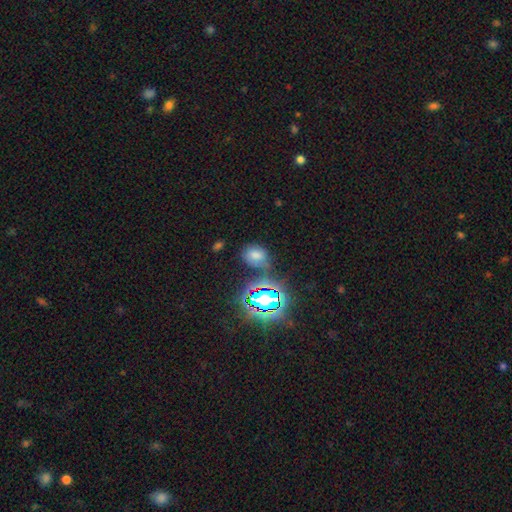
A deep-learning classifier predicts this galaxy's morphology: smooth 54%, star or artifact 36%, featured or disk 11%. Down the decision tree: how rounded — in between (61%); merging — none (67%).